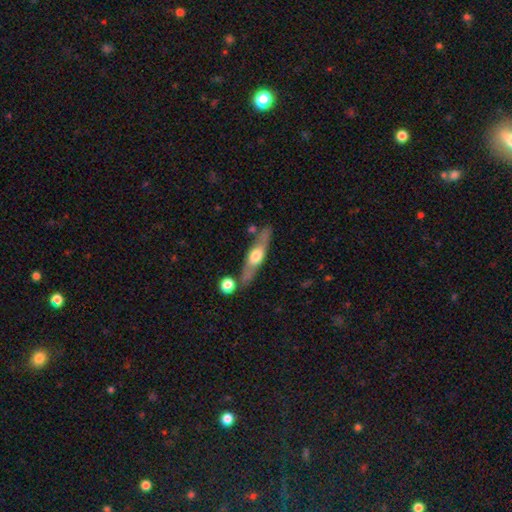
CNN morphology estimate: Smooth or featured? featured or disk (59%)
Edge-on disk? yes (86%)
Edge-on bulge? rounded (91%)
Merging? none (75%)